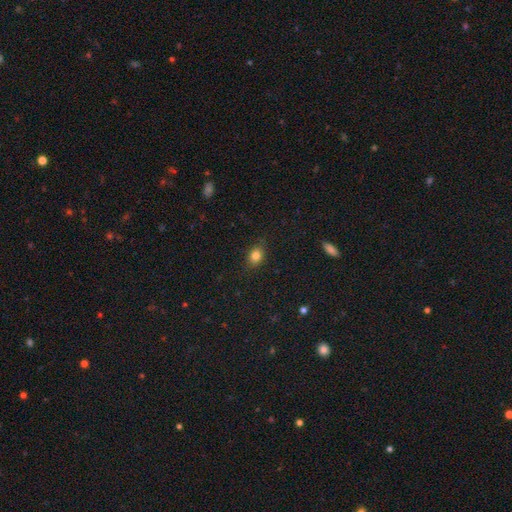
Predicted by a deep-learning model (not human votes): This appears to be a smooth galaxy with no disk features (81%) that is in between round and cigar-shaped (62%). Merging: none (83%).